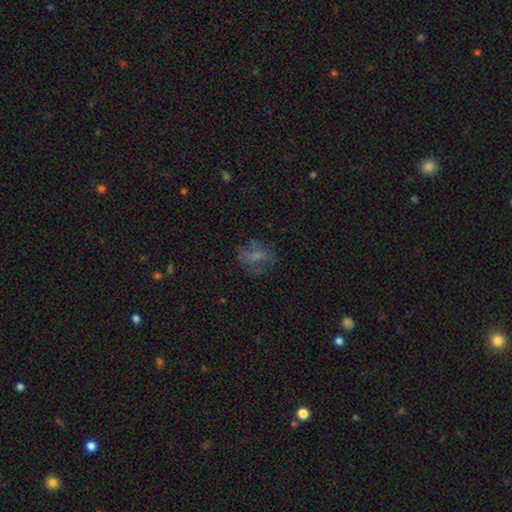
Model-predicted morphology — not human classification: Smooth or featured? smooth (47%)
Merging? none (57%)